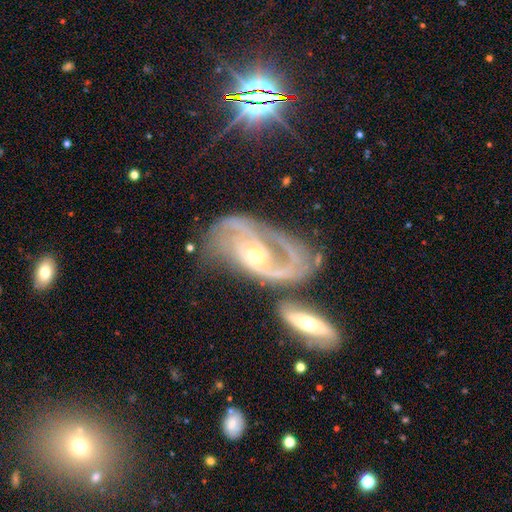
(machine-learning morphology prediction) type=featured or disk (89%); edge-on=no (96%); bar=no (61%); spiral arms=yes (96%); winding=medium (47%); arm count=2 (65%); bulge=small (53%); merging=none (35%).